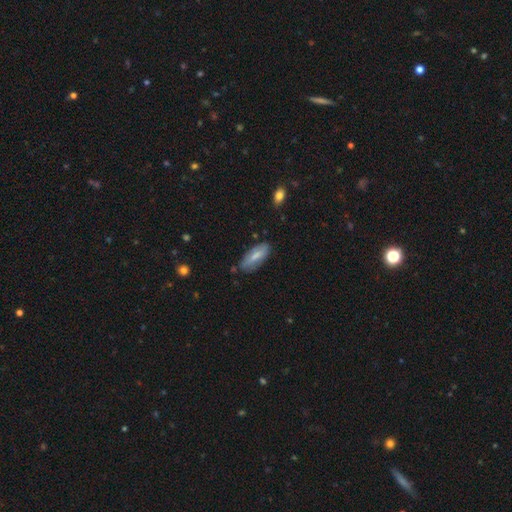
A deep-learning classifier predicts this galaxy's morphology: The model was most divided on "smooth or featured": smooth: 68%, featured or disk: 26%, star or artifact: 6%. More confident: how rounded — in between (77%); merging — none (75%).